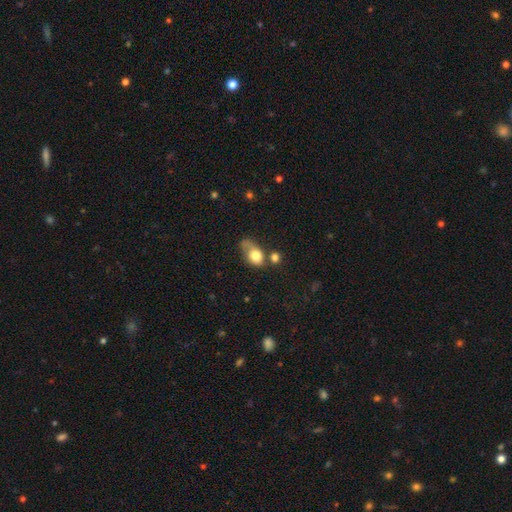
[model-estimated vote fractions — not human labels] Morphology: type=smooth (77%); roundness=in between (65%); merging=none (28%).